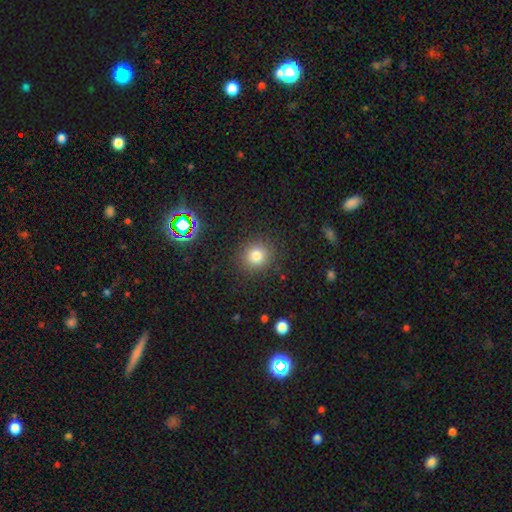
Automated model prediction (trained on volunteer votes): Smooth or featured?
  - smooth: 80% *
  - star or artifact: 14%
  - featured or disk: 6%
How rounded?
  - round: 88% *
  - in between: 11%
  - cigar-shaped: 1%
Merging?
  - none: 89% *
  - minor disturbance: 7%
  - major disturbance: 3%
  - merger: 1%